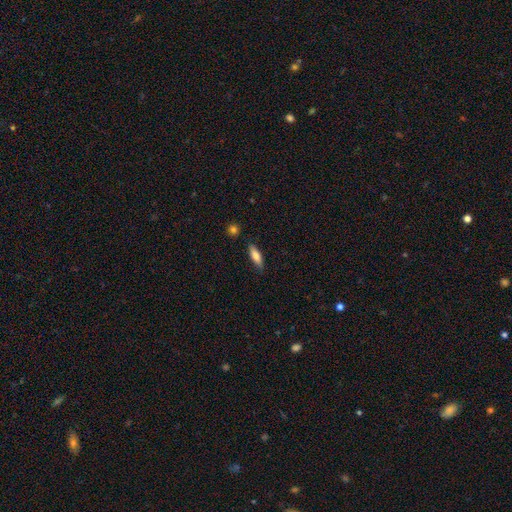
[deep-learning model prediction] Smooth or featured? smooth (74%)
How rounded? in between (51%)
Merging? none (85%)